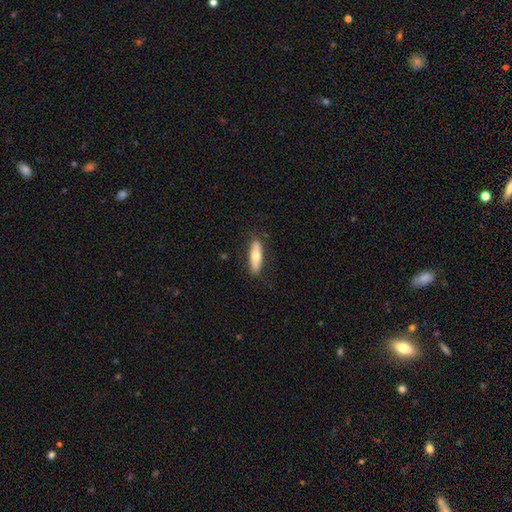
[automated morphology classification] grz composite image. It shows a smooth galaxy with no disk features (63%) that is cigar-shaped (56%). Merging: none (84%).